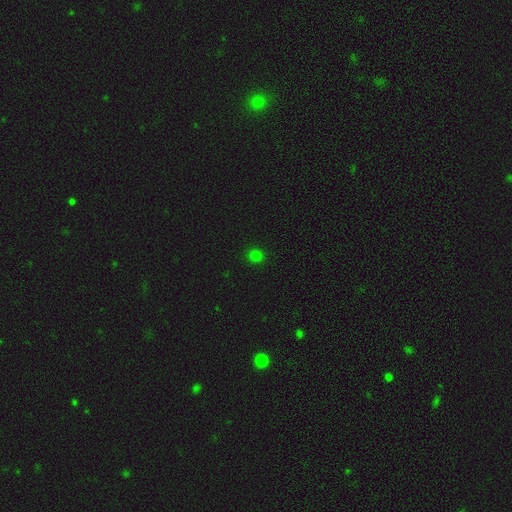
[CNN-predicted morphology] The model was most divided on "smooth or featured": smooth: 78%, star or artifact: 18%, featured or disk: 4%. More confident: merging — none (92%); how rounded — round (89%).